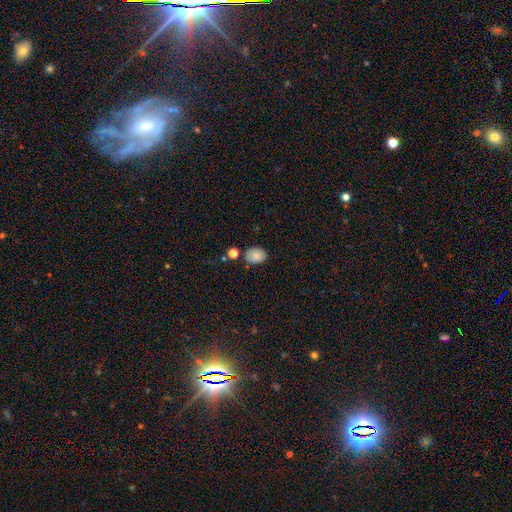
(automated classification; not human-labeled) Smooth or featured?
  - smooth: 84% *
  - star or artifact: 9%
  - featured or disk: 6%
How rounded?
  - in between: 70% *
  - round: 29%
  - cigar-shaped: 1%
Merging?
  - none: 77% *
  - minor disturbance: 14%
  - merger: 6%
  - major disturbance: 3%